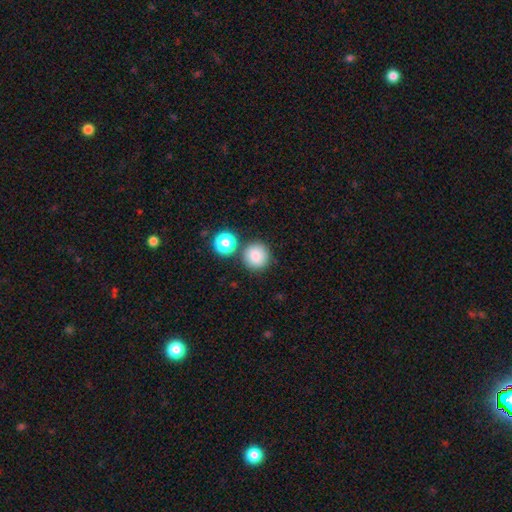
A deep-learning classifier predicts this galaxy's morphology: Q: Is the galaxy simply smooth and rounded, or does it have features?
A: smooth — 82%.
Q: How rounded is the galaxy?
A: round — 93%.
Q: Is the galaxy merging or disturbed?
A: none — 78%.